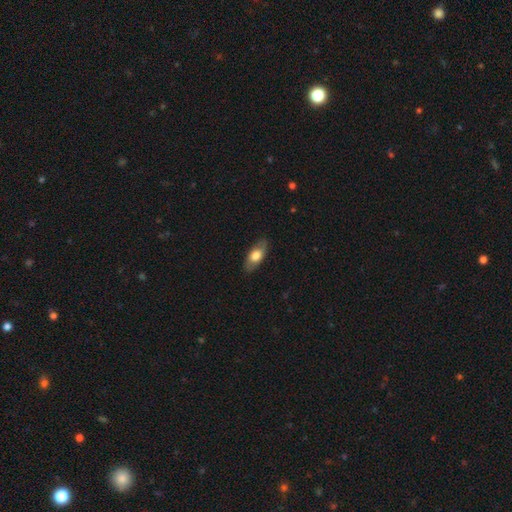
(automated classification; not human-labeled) Morphology: type=smooth (62%); roundness=in between (83%); merging=none (84%).